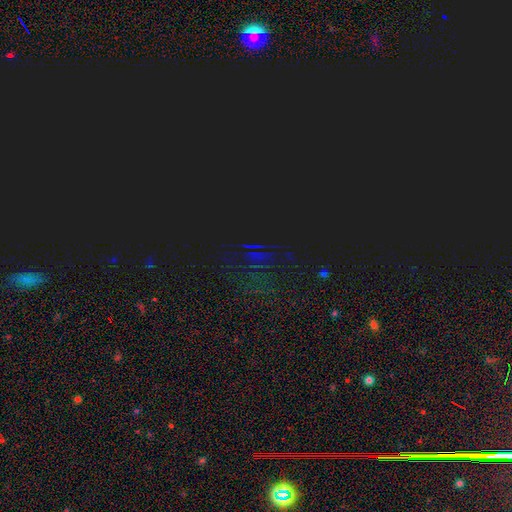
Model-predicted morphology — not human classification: Q: Smooth or featured?
A: star or artifact (84%); runner-up: smooth (9%)